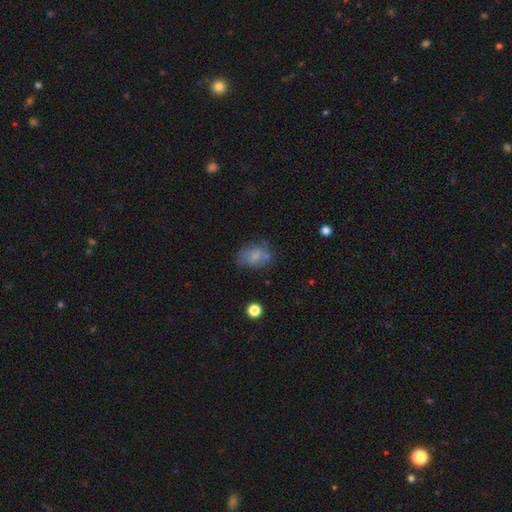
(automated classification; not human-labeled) Smooth or featured? Predicted: smooth (p=0.65). How rounded? Predicted: in between (p=0.71). Merging? Predicted: none (p=0.54).